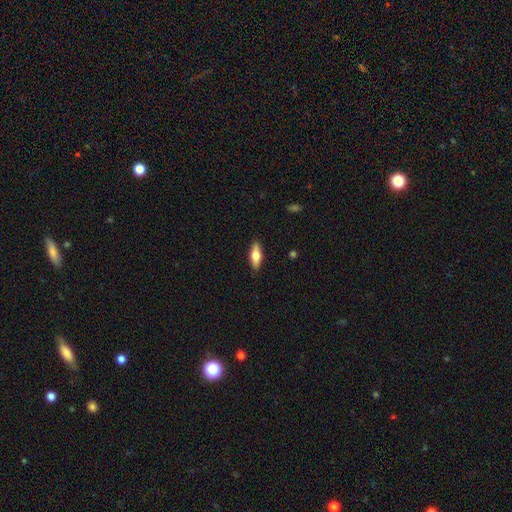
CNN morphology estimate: smooth-or-featured: smooth: 59% | featured or disk: 35% | star or artifact: 6%
  how-rounded: in between: 62% | cigar-shaped: 36% | round: 3%
  merging: none: 88% | minor disturbance: 9% | major disturbance: 2% | merger: 1%